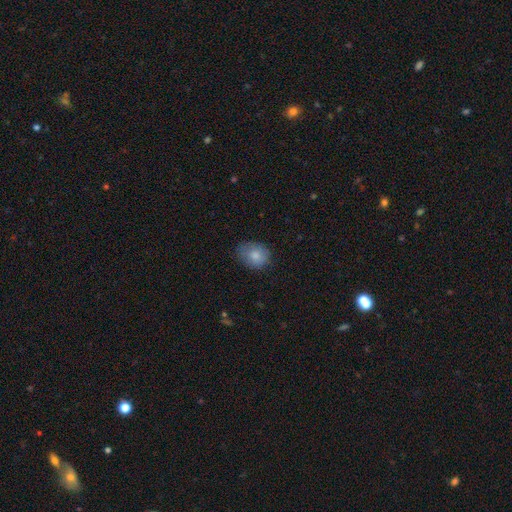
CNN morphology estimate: Overall: smooth (82%). How rounded: in between (56%; round 43%). Merging: none (67%).